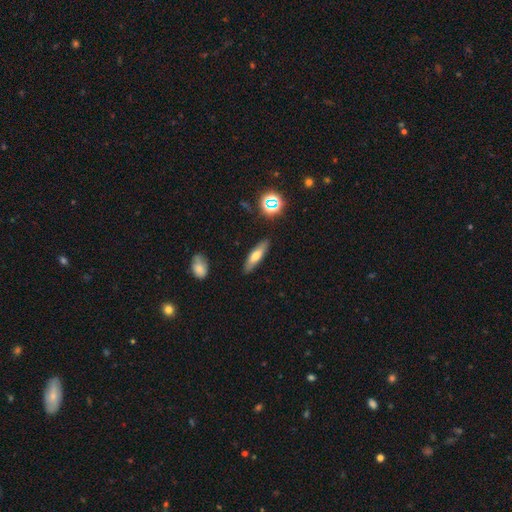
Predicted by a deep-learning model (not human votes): Smooth or featured?
  - smooth: 60% *
  - featured or disk: 30%
  - star or artifact: 9%
How rounded?
  - cigar-shaped: 65% *
  - in between: 32%
  - round: 3%
Merging?
  - none: 87% *
  - minor disturbance: 9%
  - major disturbance: 2%
  - merger: 2%